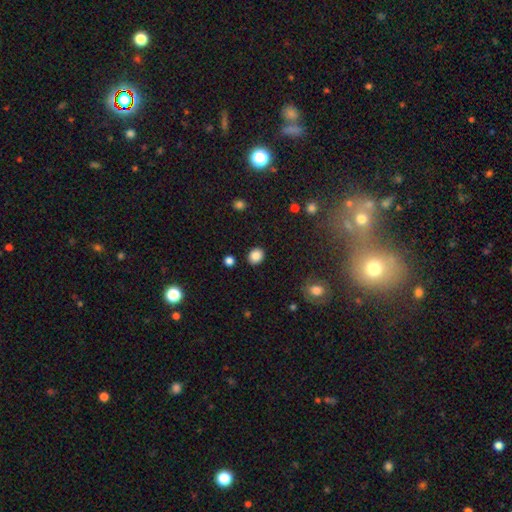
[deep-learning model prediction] This is clearly a smooth galaxy (86%). How rounded: possibly round (57%). Merging: clearly none (88%).